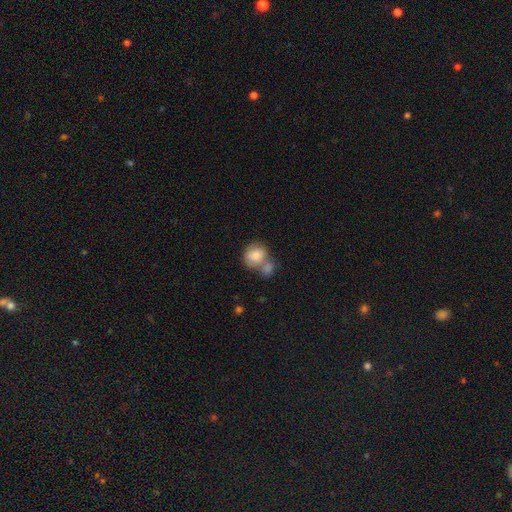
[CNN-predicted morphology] The model was most divided on "merging": merger: 52%, none: 29%, minor disturbance: 13%, major disturbance: 6%. More confident: smooth or featured — smooth (78%); how rounded — round (68%).